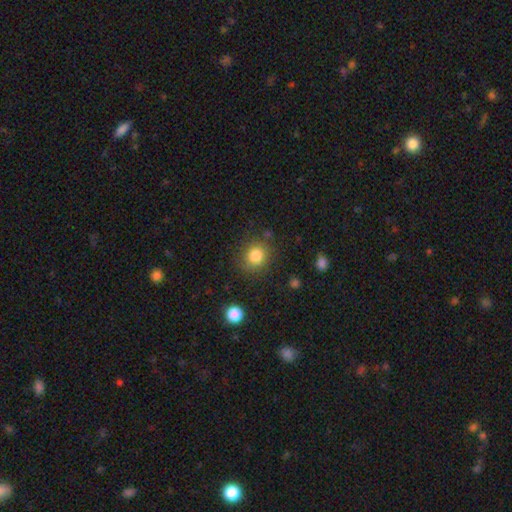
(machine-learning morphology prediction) Smooth or featured?
  - smooth: 83% *
  - star or artifact: 11%
  - featured or disk: 6%
How rounded?
  - round: 84% *
  - in between: 15%
  - cigar-shaped: 1%
Merging?
  - none: 83% *
  - minor disturbance: 11%
  - major disturbance: 4%
  - merger: 3%